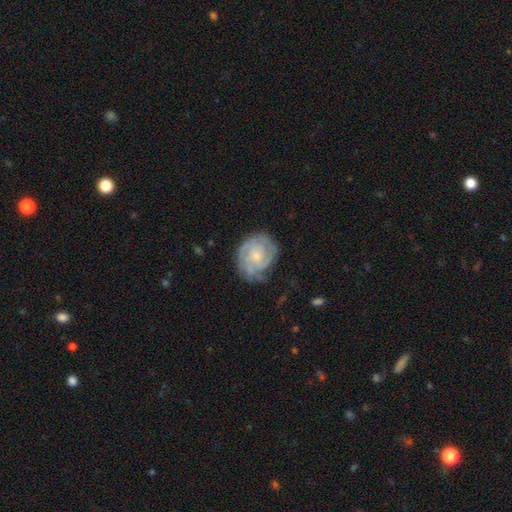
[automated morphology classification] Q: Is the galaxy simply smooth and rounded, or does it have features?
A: featured or disk — 74%.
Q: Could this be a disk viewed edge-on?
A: no — 98%.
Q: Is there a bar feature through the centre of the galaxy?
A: no — 76%.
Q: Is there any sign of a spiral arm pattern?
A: yes — 88%.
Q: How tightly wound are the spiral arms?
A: tight — 68%.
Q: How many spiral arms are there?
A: can't tell — 42%.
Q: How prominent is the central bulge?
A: small — 63%.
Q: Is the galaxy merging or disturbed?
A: none — 67%.